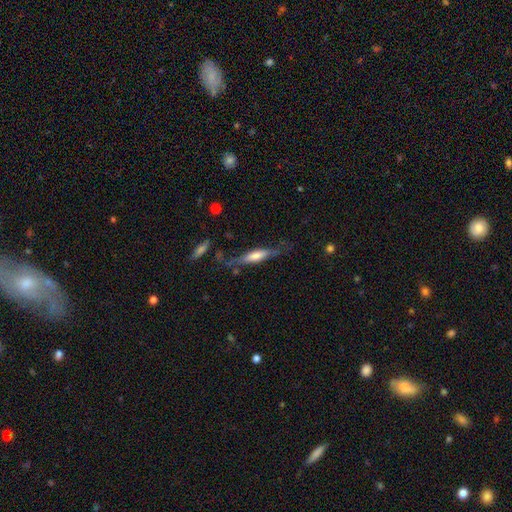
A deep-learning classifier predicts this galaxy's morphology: type=smooth (50%); roundness=cigar-shaped (75%); merging=none (60%).